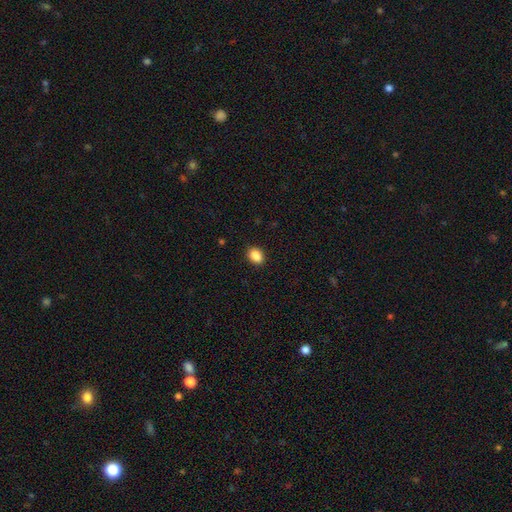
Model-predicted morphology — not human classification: Smooth or featured: smooth — 88% (star or artifact — 9%)
How rounded: in between — 74% (round — 25%)
Merging: none — 89% (minor disturbance — 8%)